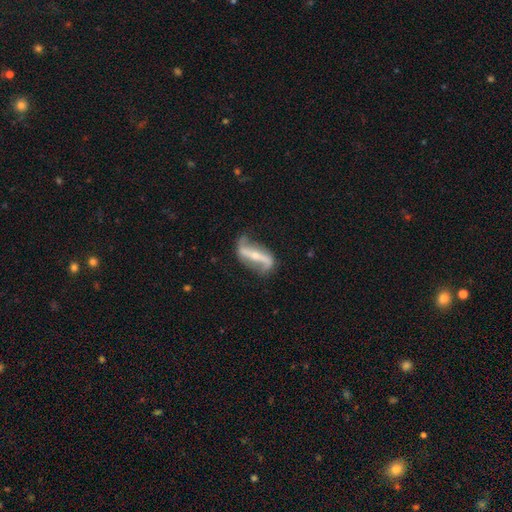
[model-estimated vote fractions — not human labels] Smooth or featured? featured or disk (85%)
Edge-on disk? no (86%)
Bar? strong (73%)
Spiral arms? yes (88%)
Spiral winding? loose (75%)
Spiral arm count? 2 (90%)
Bulge size? small (59%)
Merging? none (70%)